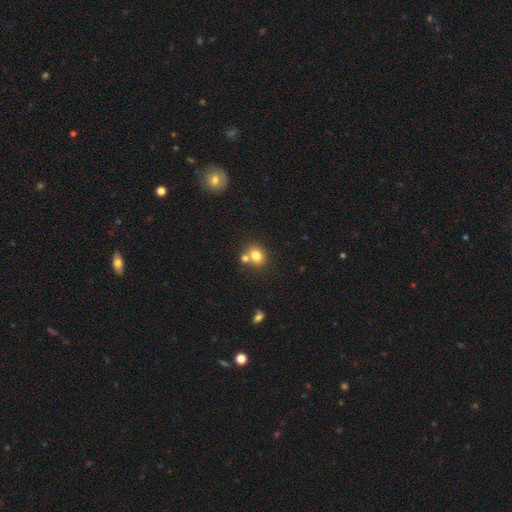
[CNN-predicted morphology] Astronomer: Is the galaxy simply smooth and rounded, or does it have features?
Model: smooth — 79%.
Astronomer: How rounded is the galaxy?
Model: round — 62%.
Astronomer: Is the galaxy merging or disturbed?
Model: none — 54% (runner-up: merger, 33%).